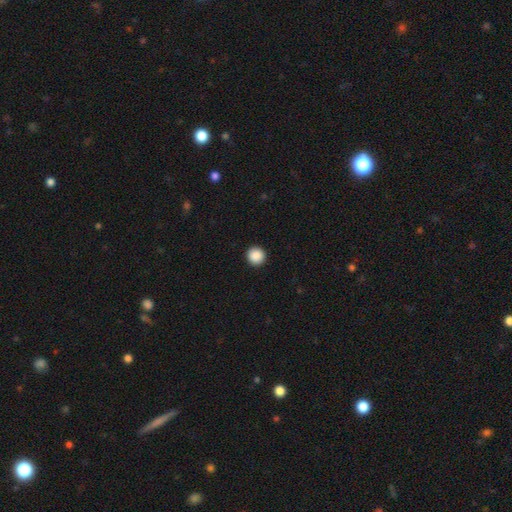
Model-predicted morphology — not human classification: type=smooth (89%); roundness=round (96%); merging=none (93%).